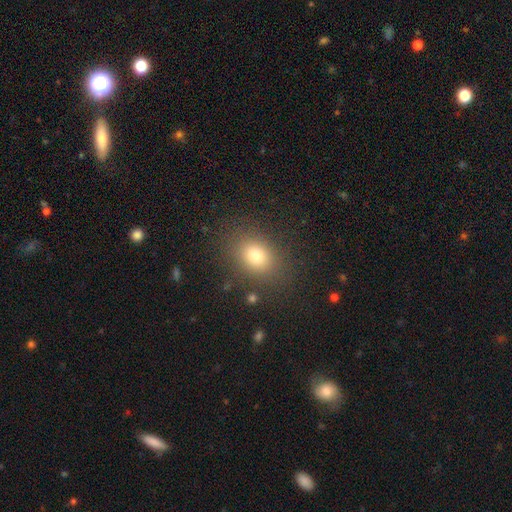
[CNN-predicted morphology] A smooth galaxy with no disk features (76%) that is in between round and cigar-shaped (56%). Merging: none (84%).